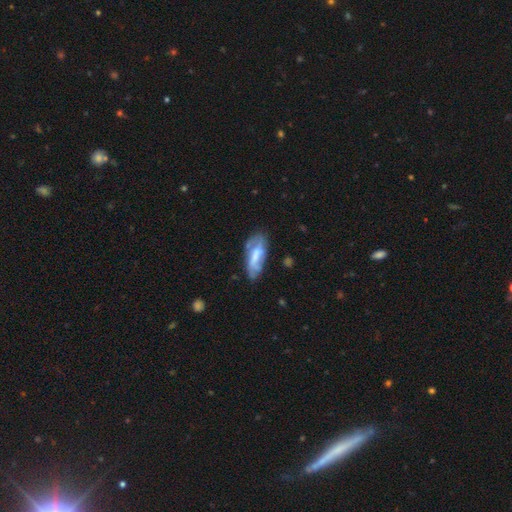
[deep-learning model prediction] A featured or disk galaxy (50%).

Vote fractions:
- Smooth or featured? featured or disk: 50% / smooth: 42% / star or artifact: 7%
- Edge-on disk? no: 87% / yes: 13%
- Merging? none: 56% / minor disturbance: 27% / major disturbance: 13% / merger: 4%